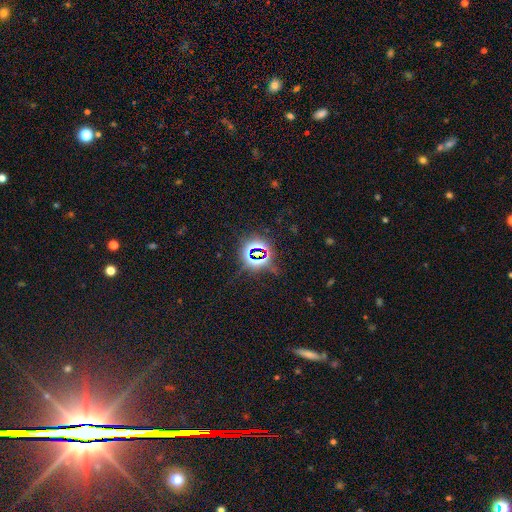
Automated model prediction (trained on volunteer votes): Smooth or featured: star or artifact — 79% (smooth — 13%)